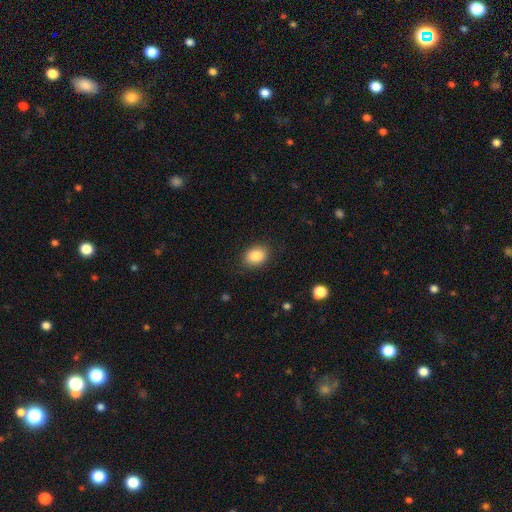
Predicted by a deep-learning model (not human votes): Smooth or featured? smooth (87%)
How rounded? in between (71%)
Merging? none (86%)